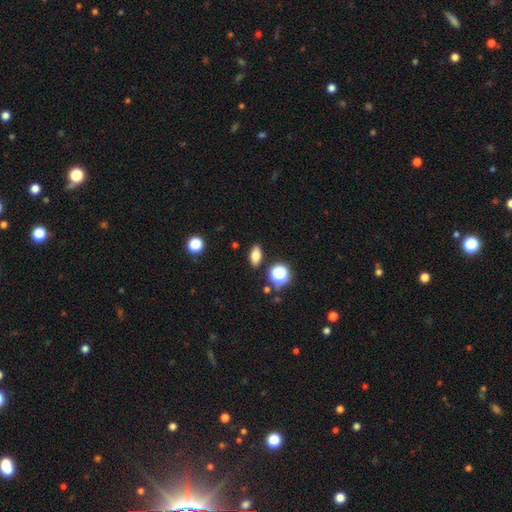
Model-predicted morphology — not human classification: The model was most divided on "smooth or featured": smooth: 74%, featured or disk: 14%, star or artifact: 12%. More confident: merging — none (87%); how rounded — in between (79%).